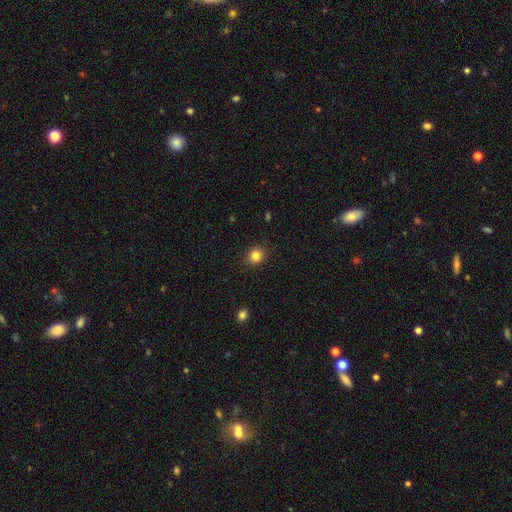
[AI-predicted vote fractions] Morphology: type=smooth (83%); roundness=round (86%); merging=none (90%).